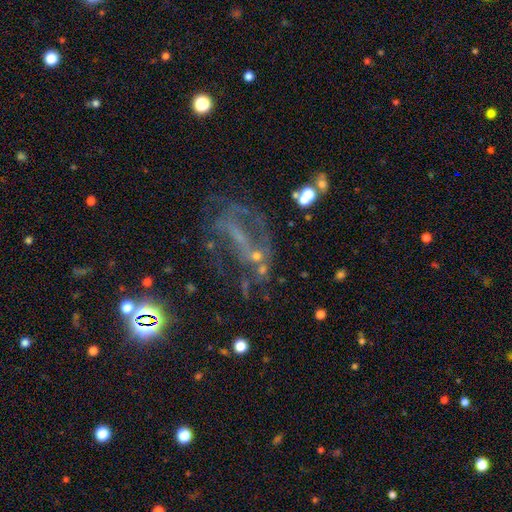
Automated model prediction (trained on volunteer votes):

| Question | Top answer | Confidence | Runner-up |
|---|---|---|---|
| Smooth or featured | featured or disk | 65% | star or artifact (20%) |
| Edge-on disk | no | 95% | yes (5%) |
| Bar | no | 40% | weak (34%) |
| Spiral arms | yes | 52% | no (48%) |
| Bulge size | none | 41% | tied: small (41%) |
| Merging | none | 42% | major disturbance (32%) |